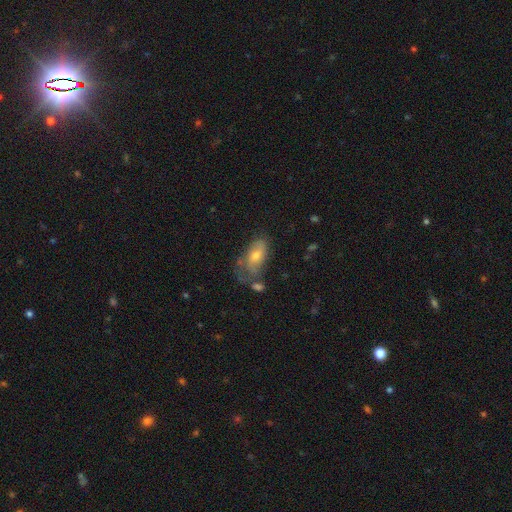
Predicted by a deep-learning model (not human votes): smooth 46%, featured or disk 45%, star or artifact 9%. Down the decision tree: merging — none (39%).